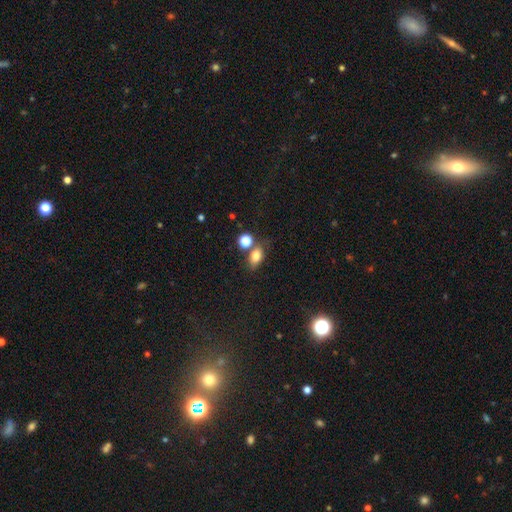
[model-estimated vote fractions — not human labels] This appears to be a smooth galaxy with no disk features (79%) that is in between round and cigar-shaped (76%). Merging: none (61%).